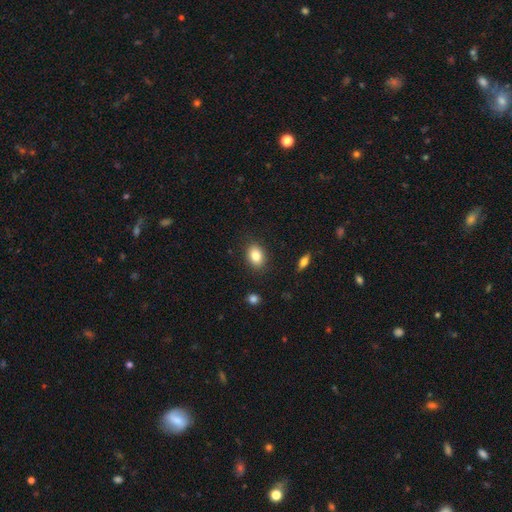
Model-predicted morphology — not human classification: Smooth or featured: smooth — 83% (star or artifact — 8%)
How rounded: in between — 78% (round — 21%)
Merging: none — 86% (minor disturbance — 10%)